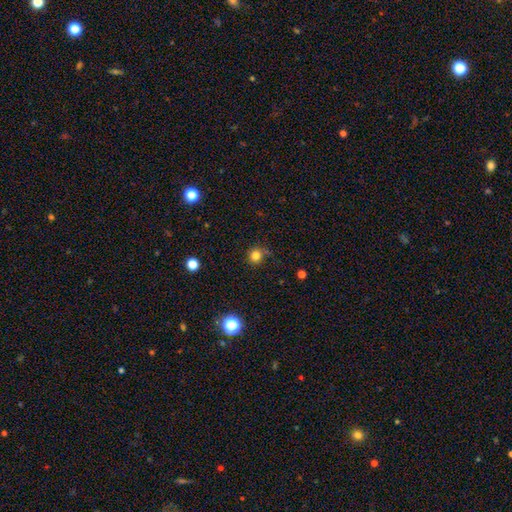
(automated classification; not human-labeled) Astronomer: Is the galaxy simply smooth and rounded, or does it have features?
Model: smooth — 81%.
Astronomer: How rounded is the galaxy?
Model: round — 91%.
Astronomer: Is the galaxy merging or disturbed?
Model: none — 76%.